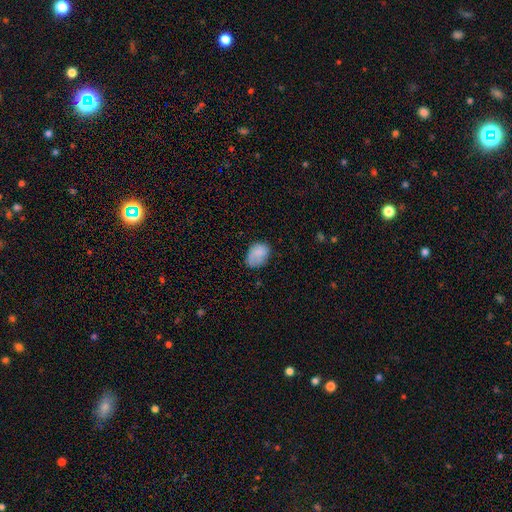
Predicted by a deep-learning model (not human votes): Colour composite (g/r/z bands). It shows a smooth galaxy with no disk features (81%) that is in between round and cigar-shaped (75%). Merging: none (62%).